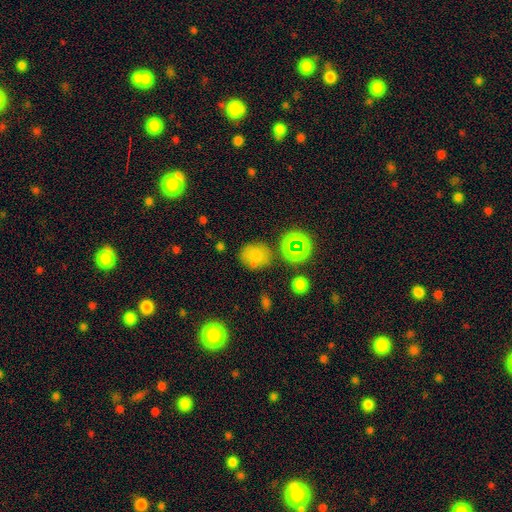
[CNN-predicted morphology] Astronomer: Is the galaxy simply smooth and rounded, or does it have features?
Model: smooth — 71%.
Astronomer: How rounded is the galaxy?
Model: round — 81%.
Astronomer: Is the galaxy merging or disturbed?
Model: none — 69%.